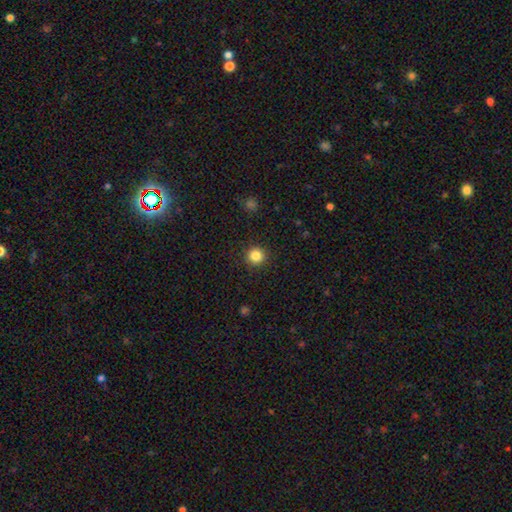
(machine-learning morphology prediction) Smooth or featured: smooth — 84% (star or artifact — 11%)
How rounded: round — 94% (in between — 5%)
Merging: none — 91% (minor disturbance — 6%)